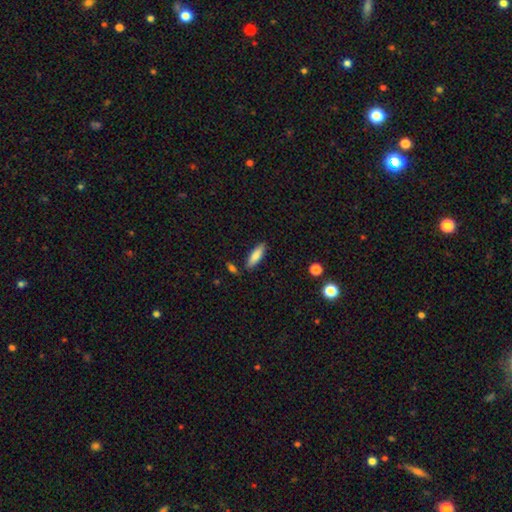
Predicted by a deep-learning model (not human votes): Q: Smooth or featured?
A: smooth (82%); runner-up: featured or disk (12%)
Q: How rounded?
A: cigar-shaped (54%); runner-up: in between (44%)
Q: Merging?
A: none (83%); runner-up: minor disturbance (11%)